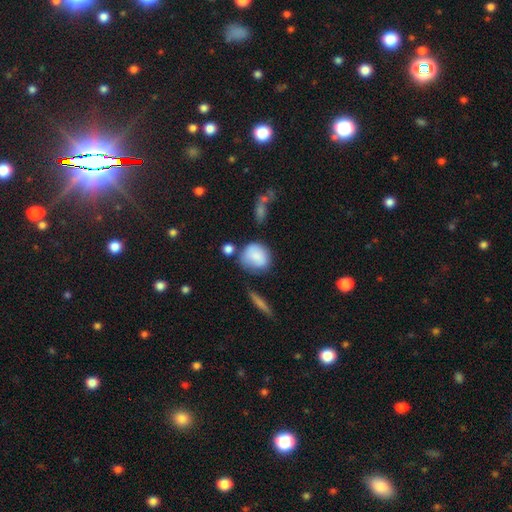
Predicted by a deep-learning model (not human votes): Smooth or featured: smooth — 81% (featured or disk — 11%)
How rounded: round — 68% (in between — 31%)
Merging: none — 51% (minor disturbance — 26%)